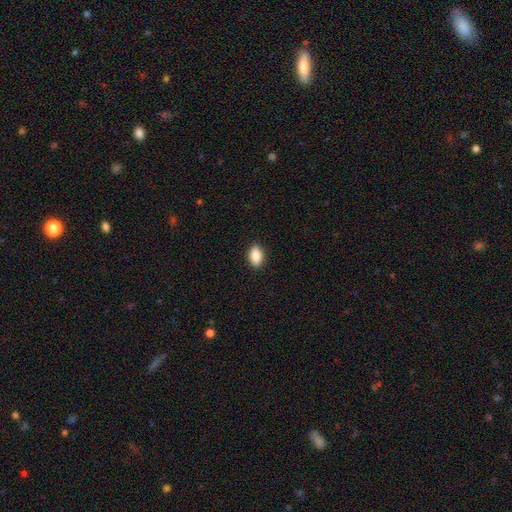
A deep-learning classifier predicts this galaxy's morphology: Smooth or featured?
  - smooth: 82% *
  - featured or disk: 11%
  - star or artifact: 8%
How rounded?
  - in between: 86% *
  - round: 8%
  - cigar-shaped: 7%
Merging?
  - none: 87% *
  - minor disturbance: 10%
  - major disturbance: 2%
  - merger: 1%